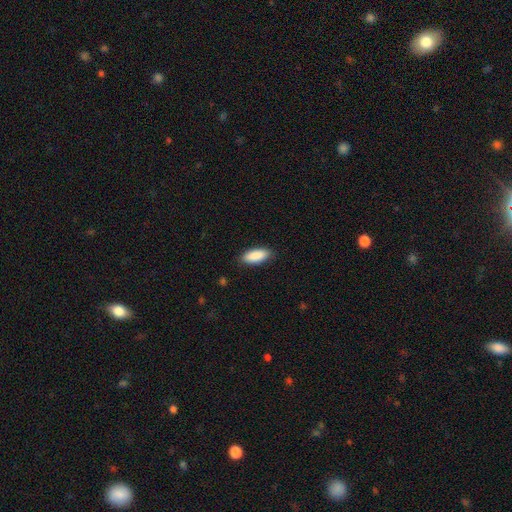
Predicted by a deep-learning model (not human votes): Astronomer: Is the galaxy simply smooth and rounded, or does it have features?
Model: smooth — 90%.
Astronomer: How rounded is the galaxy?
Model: in between — 83%.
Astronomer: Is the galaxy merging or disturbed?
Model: none — 87%.